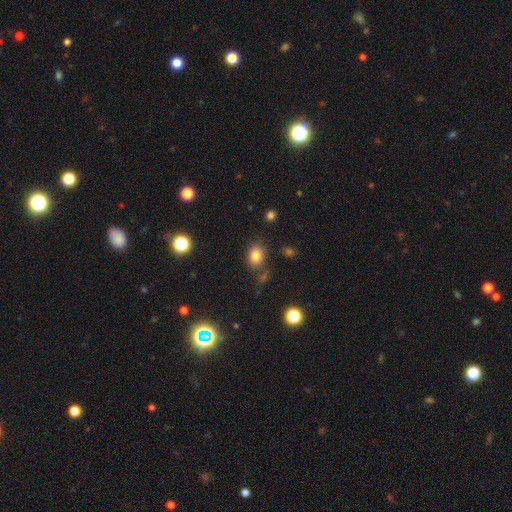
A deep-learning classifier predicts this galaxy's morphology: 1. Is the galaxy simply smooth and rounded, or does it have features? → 81% smooth, 13% star or artifact, 7% featured or disk.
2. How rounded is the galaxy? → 54% in between, 45% round, 1% cigar-shaped.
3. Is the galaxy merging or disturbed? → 76% none, 13% minor disturbance, 6% merger, 4% major disturbance.